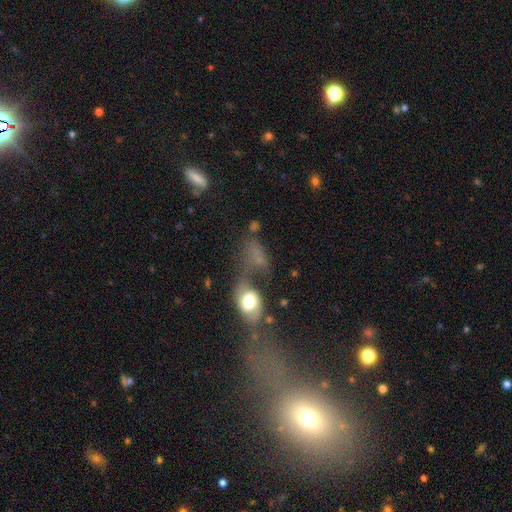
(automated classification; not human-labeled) smooth 54%, featured or disk 31%, star or artifact 16%. Down the decision tree: how rounded — in between (70%); merging — merger (30%).